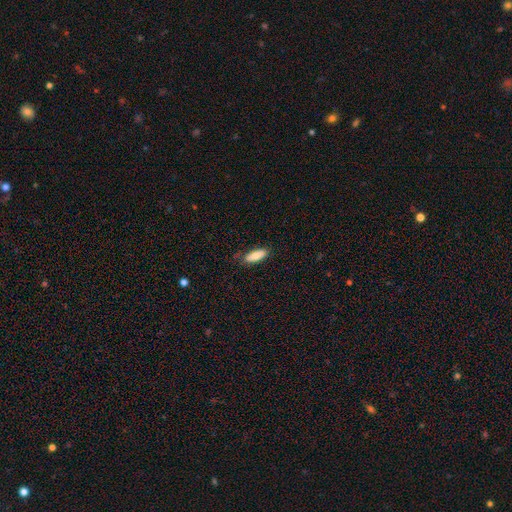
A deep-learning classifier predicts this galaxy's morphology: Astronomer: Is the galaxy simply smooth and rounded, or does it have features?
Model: smooth — 82%.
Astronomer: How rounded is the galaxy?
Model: in between — 71%.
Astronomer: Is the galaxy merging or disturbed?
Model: none — 76%.